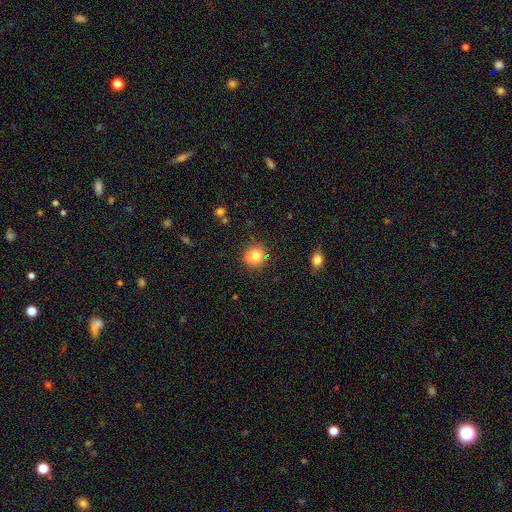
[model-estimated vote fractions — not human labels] smooth_or_featured: smooth (p=0.68) [alt: featured or disk p=0.18]
how_rounded: round (p=0.80) [alt: in between p=0.19]
merging: none (p=0.46) [alt: merger p=0.42]